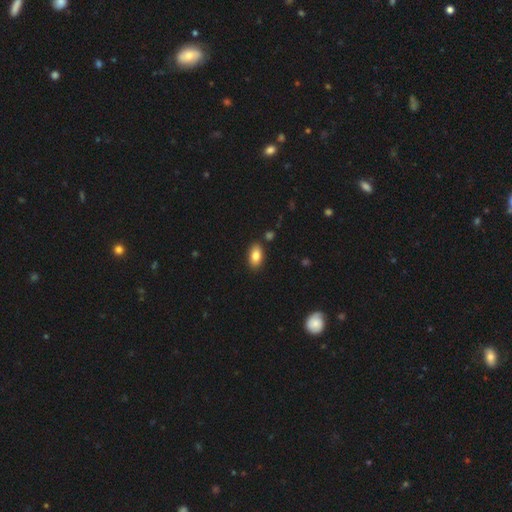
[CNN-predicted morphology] Smooth or featured? smooth (85%)
How rounded? in between (92%)
Merging? none (86%)